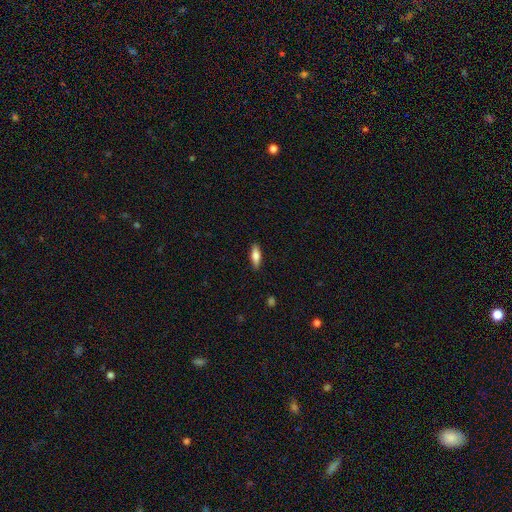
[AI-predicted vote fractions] Smooth or featured: smooth — 72% (featured or disk — 22%)
How rounded: in between — 53% (cigar-shaped — 45%)
Merging: none — 88% (minor disturbance — 9%)